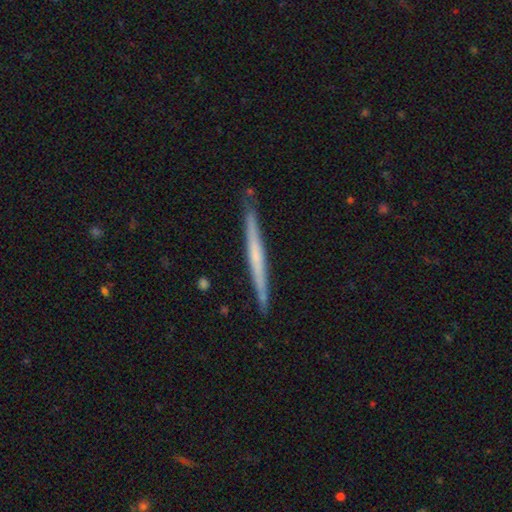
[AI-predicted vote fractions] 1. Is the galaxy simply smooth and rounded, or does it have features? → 55% featured or disk, 40% smooth, 6% star or artifact.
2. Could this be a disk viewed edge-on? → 97% yes, 3% no.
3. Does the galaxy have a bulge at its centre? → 78% none, 16% rounded, 7% boxy.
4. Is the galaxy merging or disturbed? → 88% none, 9% minor disturbance, 2% merger, 1% major disturbance.